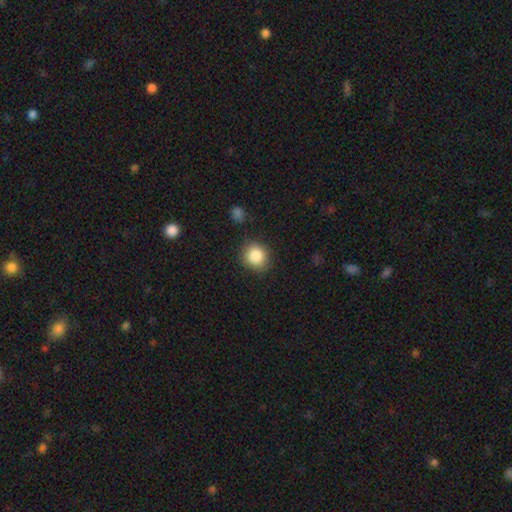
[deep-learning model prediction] smooth_or_featured: smooth (p=0.86) [alt: star or artifact p=0.09]
how_rounded: round (p=0.84) [alt: in between p=0.15]
merging: none (p=0.84) [alt: minor disturbance p=0.11]